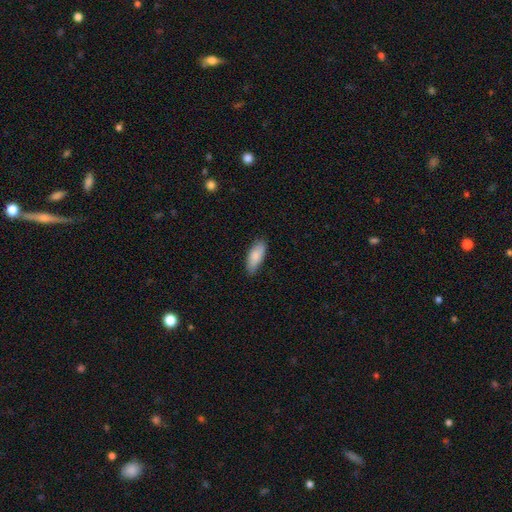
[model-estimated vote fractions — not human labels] A smooth galaxy with no disk features (86%) that is in between round and cigar-shaped (79%).

Vote fractions:
- Smooth or featured? smooth: 86% / featured or disk: 9% / star or artifact: 6%
- How rounded? in between: 79% / cigar-shaped: 20% / round: 2%
- Merging? none: 79% / minor disturbance: 17% / major disturbance: 3% / merger: 1%